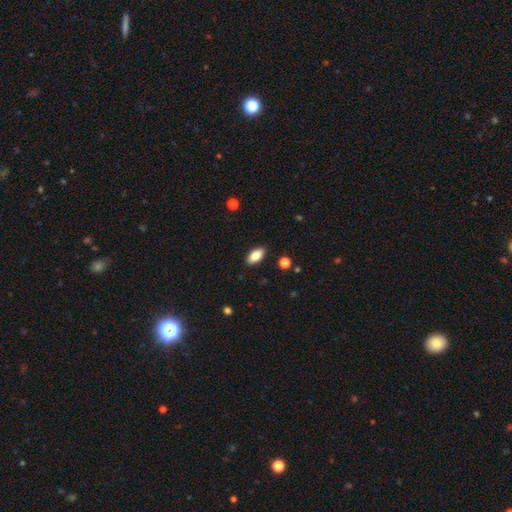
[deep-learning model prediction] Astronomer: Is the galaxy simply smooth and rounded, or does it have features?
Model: smooth — 82%.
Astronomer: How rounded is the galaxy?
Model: in between — 90%.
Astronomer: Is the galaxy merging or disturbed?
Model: none — 89%.